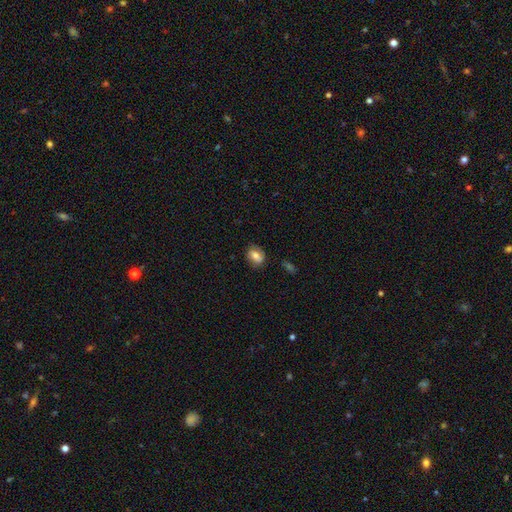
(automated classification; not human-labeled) Morphology: type=smooth (67%); roundness=in between (65%); merging=none (78%).